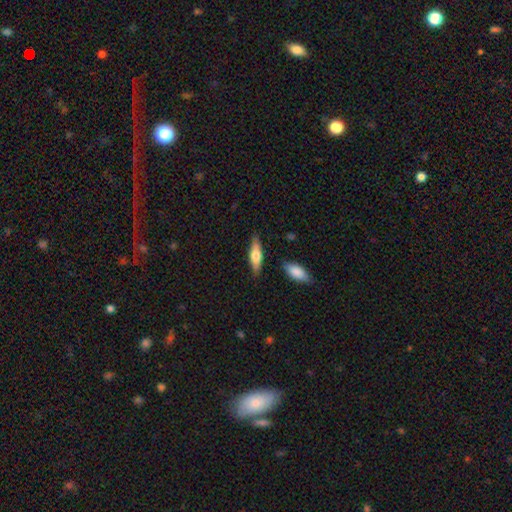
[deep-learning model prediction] Smooth or featured? Predicted: smooth (p=0.59). How rounded? Predicted: cigar-shaped (p=0.54). Merging? Predicted: none (p=0.82).